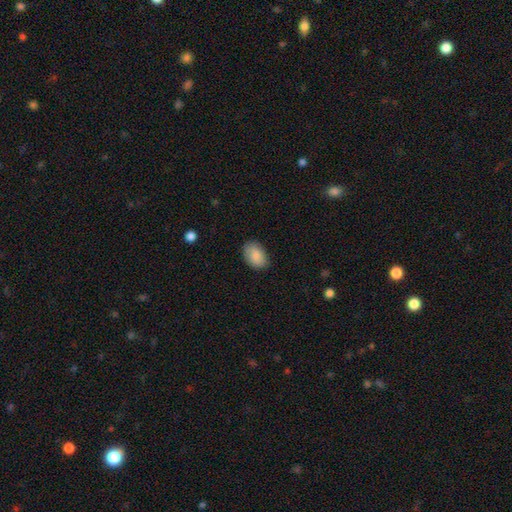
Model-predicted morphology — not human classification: smooth 88%, star or artifact 7%, featured or disk 6%. Down the decision tree: how rounded — in between (84%); merging — none (81%).